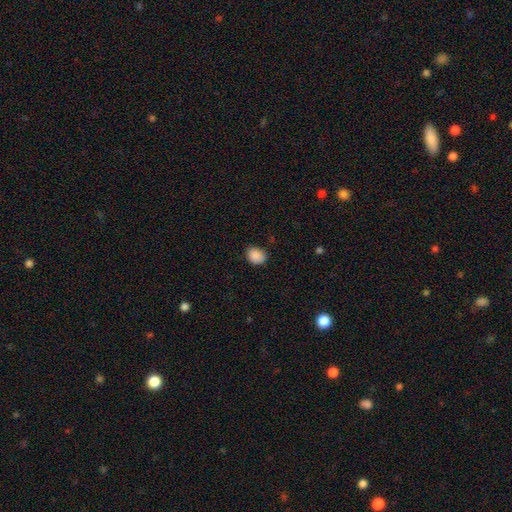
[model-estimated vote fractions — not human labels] Smooth or featured: smooth — 88% (star or artifact — 8%)
How rounded: round — 52% (in between — 47%)
Merging: none — 78% (minor disturbance — 18%)